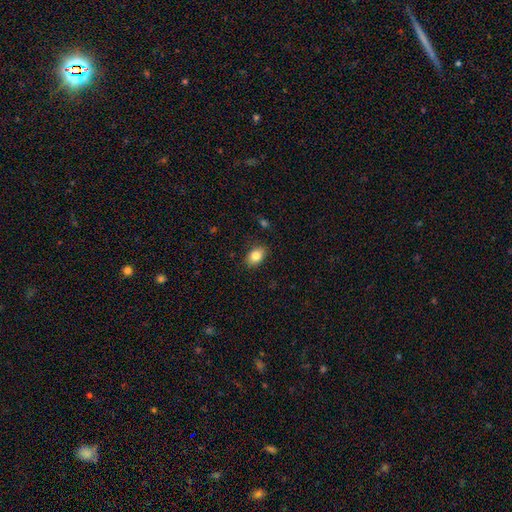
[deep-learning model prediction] Smooth or featured? Predicted: smooth (p=0.84). How rounded? Predicted: in between (p=0.81). Merging? Predicted: none (p=0.86).